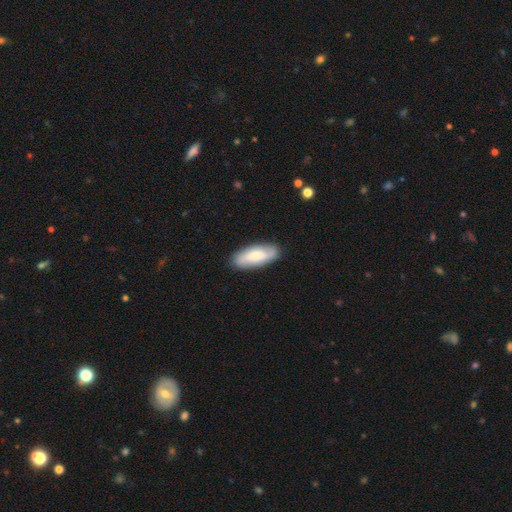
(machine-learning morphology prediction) A smooth galaxy with no disk features (62%) that is in between round and cigar-shaped (76%).

Vote fractions:
- Smooth or featured? smooth: 62% / featured or disk: 32% / star or artifact: 6%
- How rounded? in between: 76% / cigar-shaped: 21% / round: 2%
- Merging? none: 86% / minor disturbance: 11% / major disturbance: 2% / merger: 1%